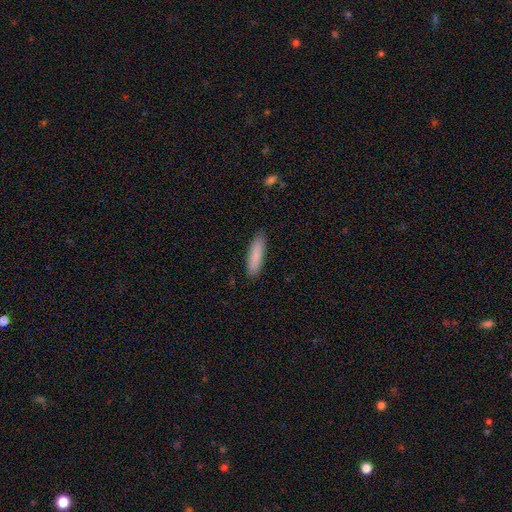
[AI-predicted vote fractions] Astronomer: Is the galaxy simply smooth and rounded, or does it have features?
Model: smooth — 85%.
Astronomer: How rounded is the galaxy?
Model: cigar-shaped — 70%.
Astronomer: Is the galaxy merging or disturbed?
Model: none — 88%.